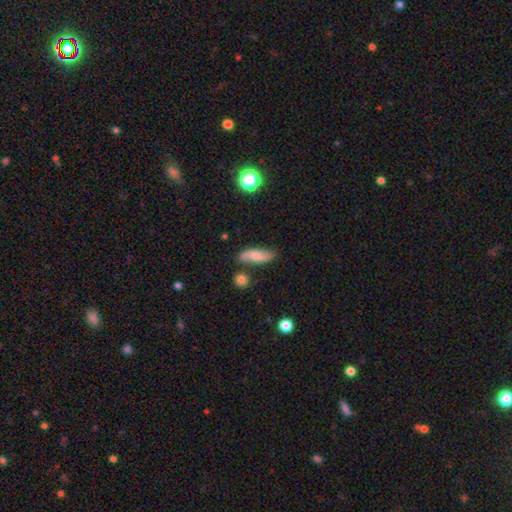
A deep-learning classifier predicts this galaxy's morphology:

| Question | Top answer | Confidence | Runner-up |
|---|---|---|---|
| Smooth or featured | smooth | 49% | featured or disk (43%) |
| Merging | none | 68% | minor disturbance (19%) |